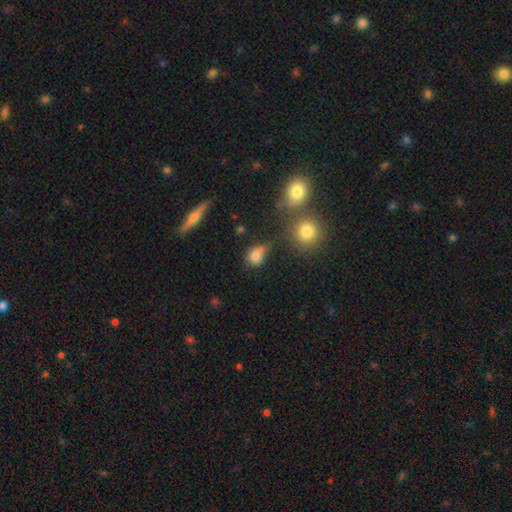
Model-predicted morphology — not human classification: smooth-or-featured: smooth: 74% | star or artifact: 14% | featured or disk: 12%
  how-rounded: round: 55% | in between: 42% | cigar-shaped: 3%
  merging: none: 43% | minor disturbance: 26% | merger: 18% | major disturbance: 14%